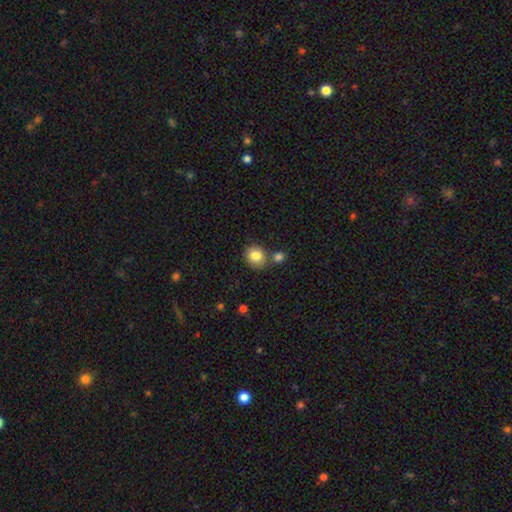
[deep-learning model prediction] Overall: smooth (83%). How rounded: round (78%). Merging: none (66%).